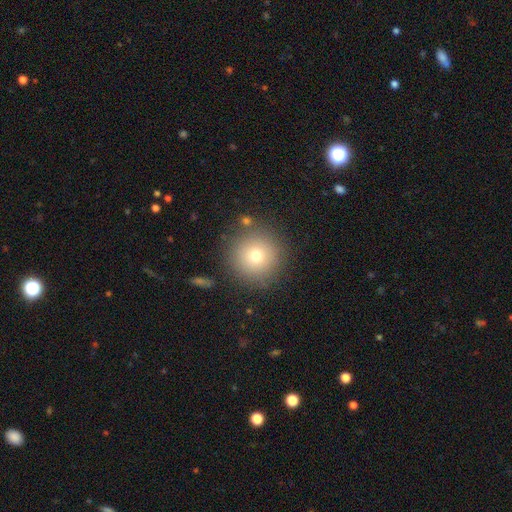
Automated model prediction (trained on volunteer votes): The model was most divided on "smooth or featured": smooth: 72%, star or artifact: 15%, featured or disk: 13%. More confident: how rounded — round (96%); merging — none (86%).